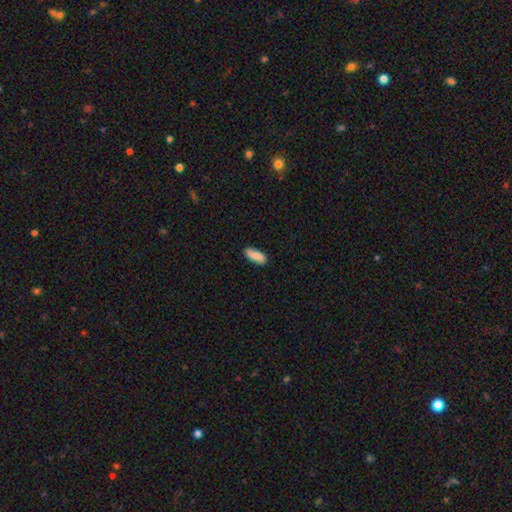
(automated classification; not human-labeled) Q: Smooth or featured?
A: smooth (83%); runner-up: featured or disk (11%)
Q: How rounded?
A: in between (75%); runner-up: cigar-shaped (23%)
Q: Merging?
A: none (85%); runner-up: minor disturbance (11%)